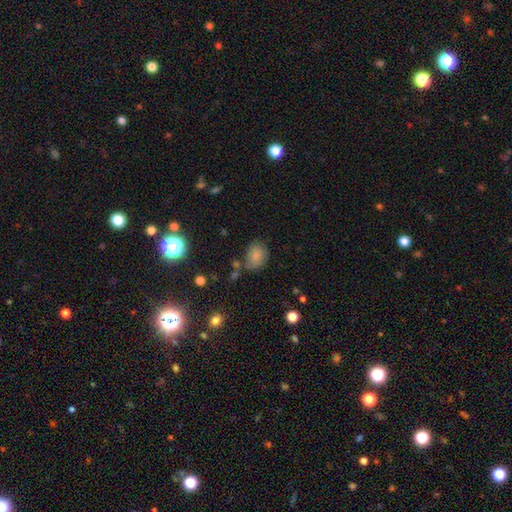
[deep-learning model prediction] Smooth or featured?
  - smooth: 80% *
  - star or artifact: 11%
  - featured or disk: 9%
How rounded?
  - in between: 60% *
  - round: 39%
  - cigar-shaped: 1%
Merging?
  - none: 63% *
  - minor disturbance: 22%
  - merger: 8%
  - major disturbance: 7%